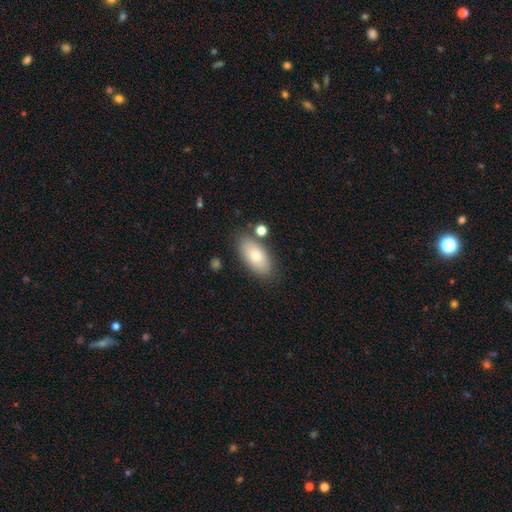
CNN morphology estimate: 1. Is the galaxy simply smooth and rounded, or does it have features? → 79% smooth, 15% featured or disk, 7% star or artifact.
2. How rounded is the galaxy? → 91% in between, 5% cigar-shaped, 3% round.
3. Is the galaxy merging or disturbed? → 79% none, 13% minor disturbance, 5% merger, 3% major disturbance.